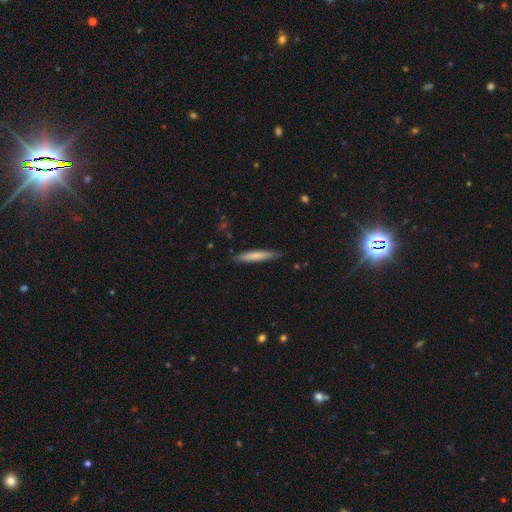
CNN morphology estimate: smooth_or_featured: smooth (p=0.70) [alt: featured or disk p=0.24]
how_rounded: cigar-shaped (p=0.94) [alt: in between p=0.05]
merging: none (p=0.86) [alt: minor disturbance p=0.11]